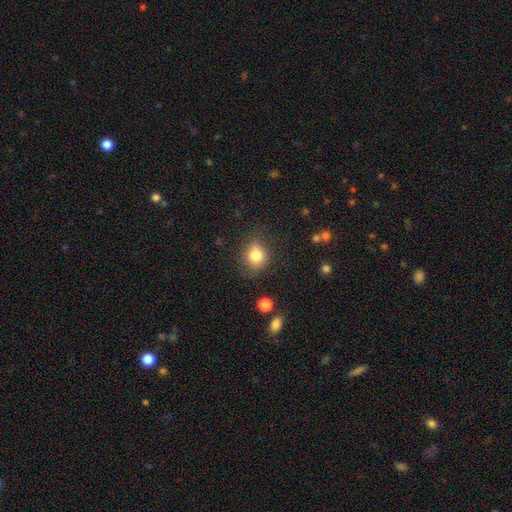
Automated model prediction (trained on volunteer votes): The model was most divided on "how rounded": round: 70%, in between: 29%, cigar-shaped: 1%. More confident: smooth or featured — smooth (80%); merging — none (71%).